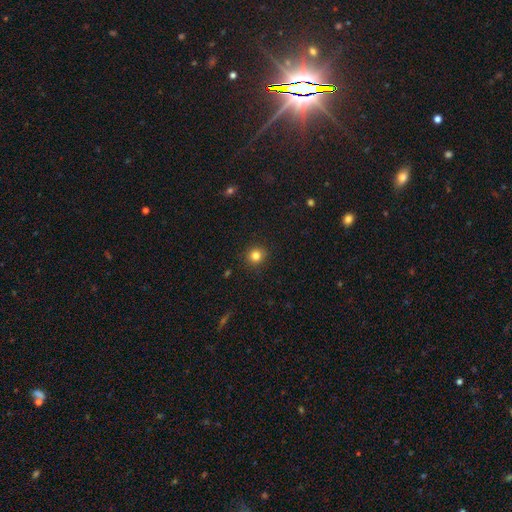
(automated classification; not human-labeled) Smooth or featured?
  - smooth: 83% *
  - star or artifact: 12%
  - featured or disk: 5%
How rounded?
  - round: 91% *
  - in between: 8%
  - cigar-shaped: 1%
Merging?
  - none: 91% *
  - minor disturbance: 6%
  - major disturbance: 2%
  - merger: 1%